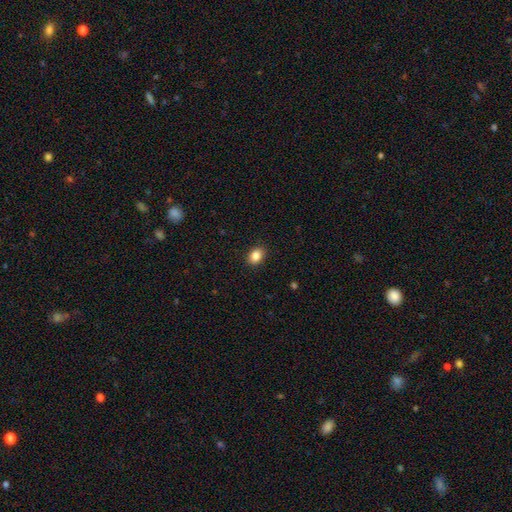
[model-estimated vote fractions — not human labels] smooth_or_featured: smooth (p=0.86) [alt: star or artifact p=0.09]
how_rounded: in between (p=0.67) [alt: round p=0.32]
merging: none (p=0.90) [alt: minor disturbance p=0.07]